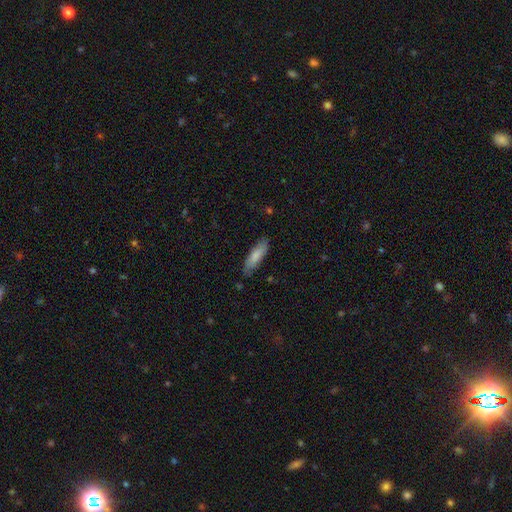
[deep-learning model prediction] Overall: smooth (81%). How rounded: cigar-shaped (54%; in between 45%). Merging: none (80%).